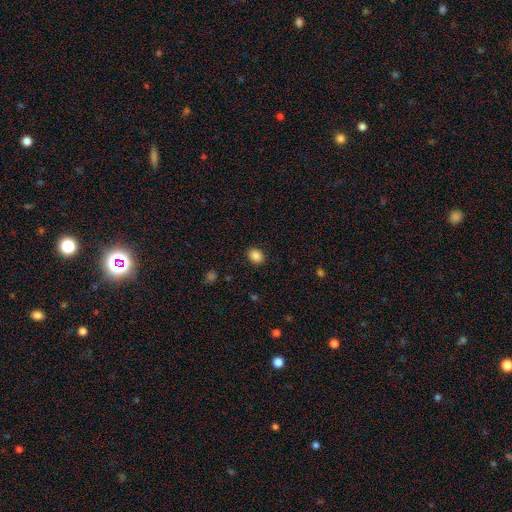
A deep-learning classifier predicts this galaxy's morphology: smooth 87%, star or artifact 10%, featured or disk 4%. Down the decision tree: how rounded — round (56%); merging — none (89%).